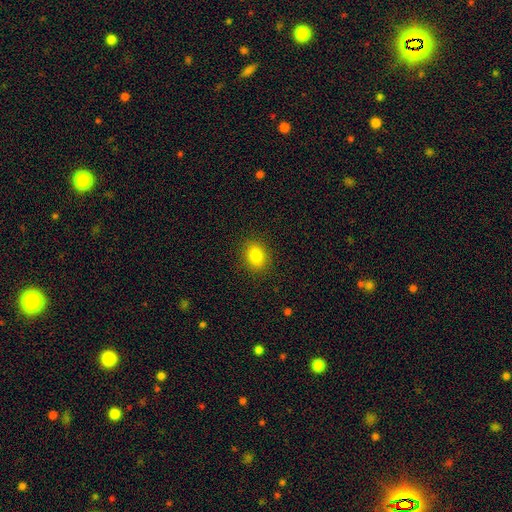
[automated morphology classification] This is clearly a smooth galaxy (82%). How rounded: possibly in between (52%). Merging: clearly none (89%).